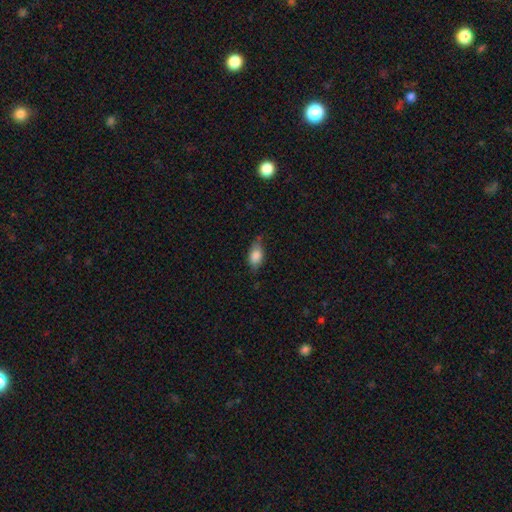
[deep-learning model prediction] This is likely a smooth galaxy (78%). How rounded: clearly in between (85%). Merging: likely none (60%).